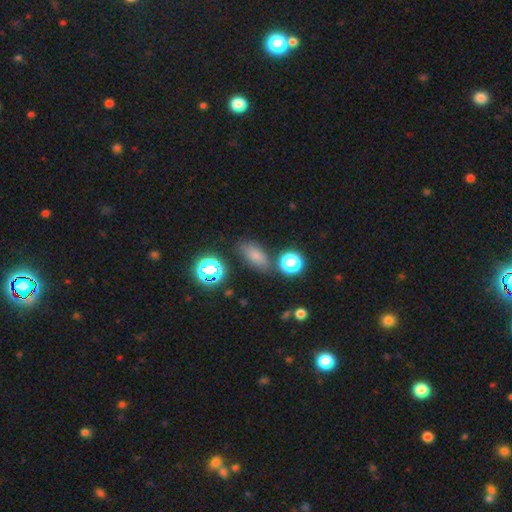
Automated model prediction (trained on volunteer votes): smooth 72%, star or artifact 19%, featured or disk 10%. Down the decision tree: how rounded — in between (79%); merging — none (74%).